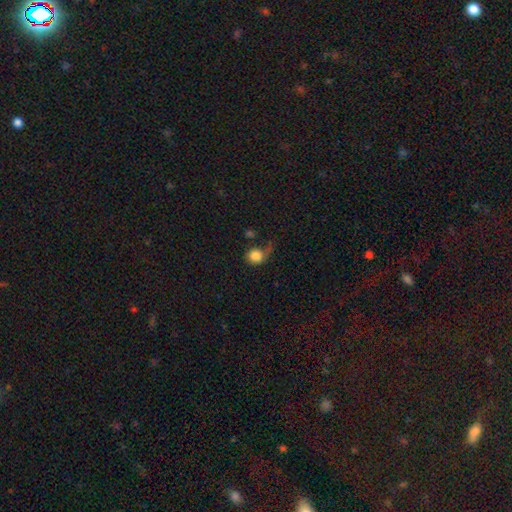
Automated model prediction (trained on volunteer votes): A smooth galaxy with no disk features (81%) that is round (81%).

Vote fractions:
- Smooth or featured? smooth: 81% / featured or disk: 10% / star or artifact: 9%
- How rounded? round: 81% / in between: 18% / cigar-shaped: 1%
- Merging? none: 41% / major disturbance: 29% / minor disturbance: 24% / merger: 7%